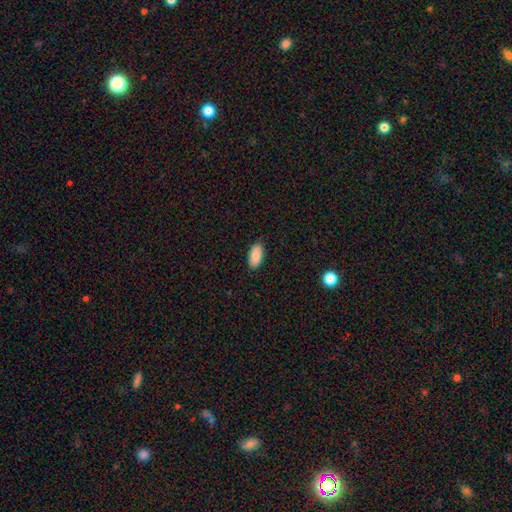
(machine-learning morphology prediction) This is clearly a smooth galaxy (86%). How rounded: clearly in between (95%). Merging: clearly none (88%).